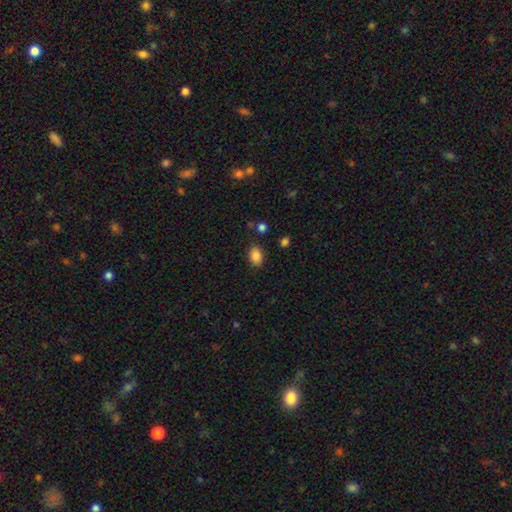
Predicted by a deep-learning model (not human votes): smooth 87%, star or artifact 9%, featured or disk 4%. Down the decision tree: how rounded — in between (79%); merging — none (81%).